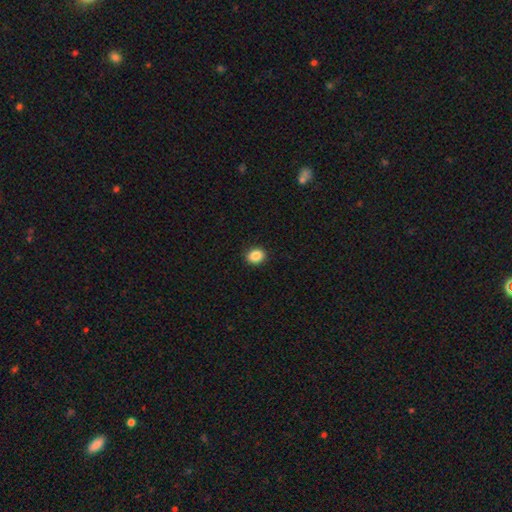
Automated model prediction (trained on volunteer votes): smooth_or_featured: smooth (p=0.88) [alt: star or artifact p=0.09]
how_rounded: round (p=0.56) [alt: in between p=0.43]
merging: none (p=0.91) [alt: minor disturbance p=0.06]